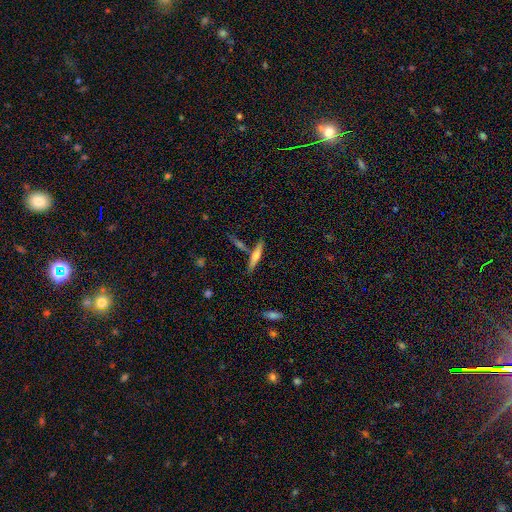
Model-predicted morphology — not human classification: The model was most divided on "smooth or featured": smooth: 50%, featured or disk: 43%, star or artifact: 7%. More confident: how rounded — cigar-shaped (89%); merging — none (75%).